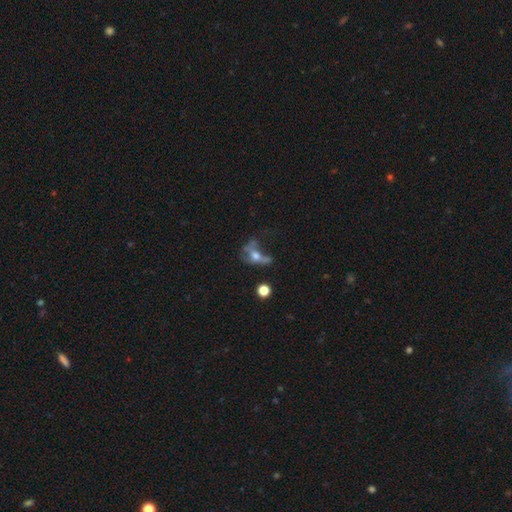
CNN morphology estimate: A featured or disk galaxy (47%).

Vote fractions:
- Smooth or featured? featured or disk: 47% / smooth: 36% / star or artifact: 16%
- Merging? major disturbance: 44% / none: 25% / merger: 16% / minor disturbance: 16%